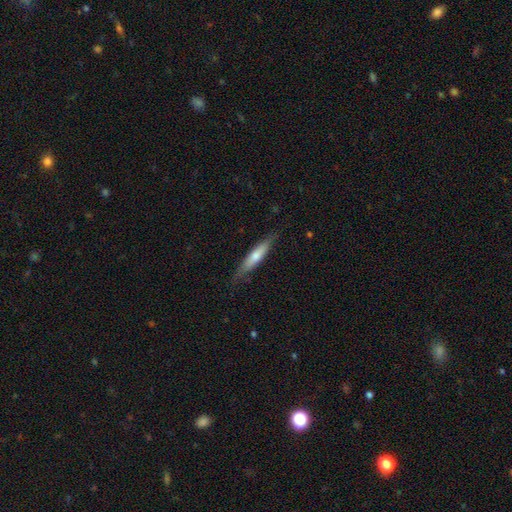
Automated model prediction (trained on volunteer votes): smooth-or-featured: smooth: 59% | featured or disk: 36% | star or artifact: 6%
  how-rounded: cigar-shaped: 84% | in between: 15% | round: 2%
  merging: none: 79% | minor disturbance: 16% | major disturbance: 3% | merger: 1%